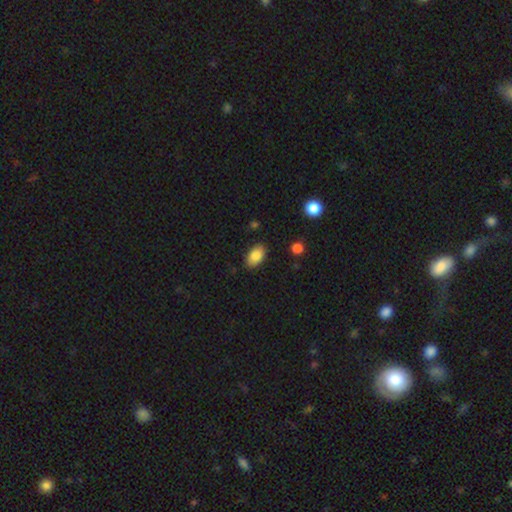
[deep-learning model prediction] A smooth galaxy with no disk features (86%) that is in between round and cigar-shaped (91%). Merging: none (85%).